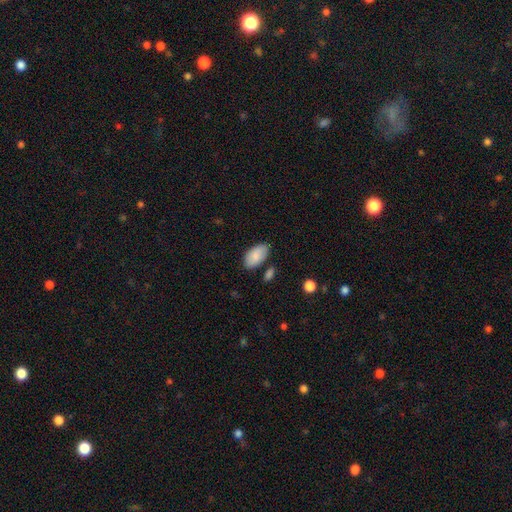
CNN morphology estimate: Smooth or featured?
  - smooth: 86% *
  - featured or disk: 7%
  - star or artifact: 6%
How rounded?
  - in between: 95% *
  - round: 3%
  - cigar-shaped: 2%
Merging?
  - none: 76% *
  - minor disturbance: 16%
  - merger: 5%
  - major disturbance: 3%